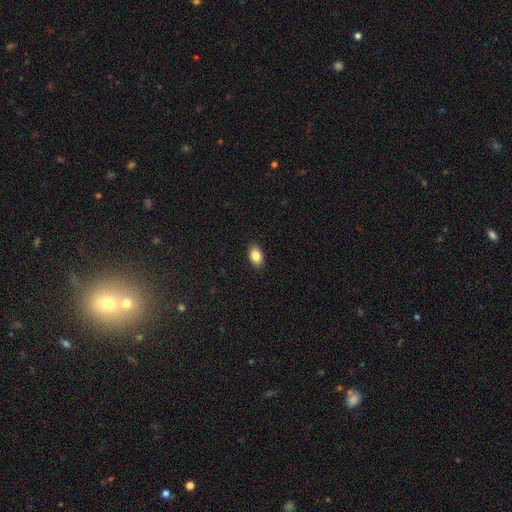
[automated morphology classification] Overall: smooth (86%). How rounded: in between (91%). Merging: none (90%).